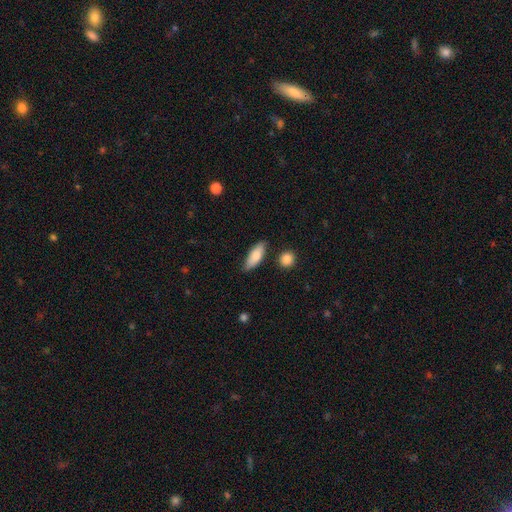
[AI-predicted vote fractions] A smooth galaxy with no disk features (79%) that is in between round and cigar-shaped (70%). Merging: none (79%).